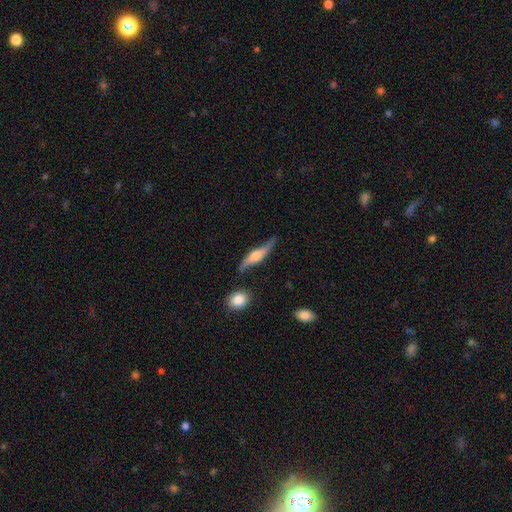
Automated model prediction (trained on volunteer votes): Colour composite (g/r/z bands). It shows a featured or disk galaxy (68%) viewed edge-on (66%). Merging: none (69%).